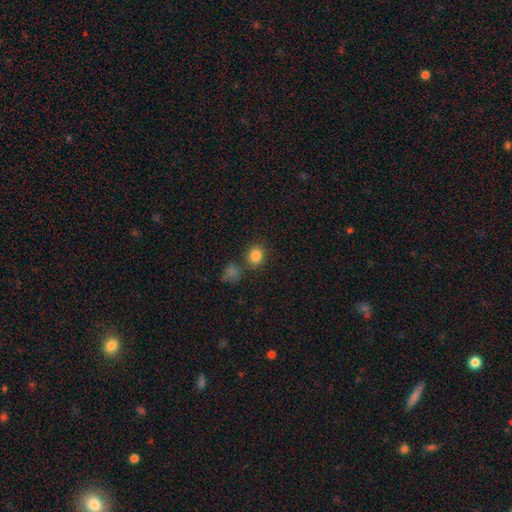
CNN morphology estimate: The model was most divided on "how rounded": round: 75%, in between: 24%, cigar-shaped: 1%. More confident: smooth or featured — smooth (84%); merging — none (76%).